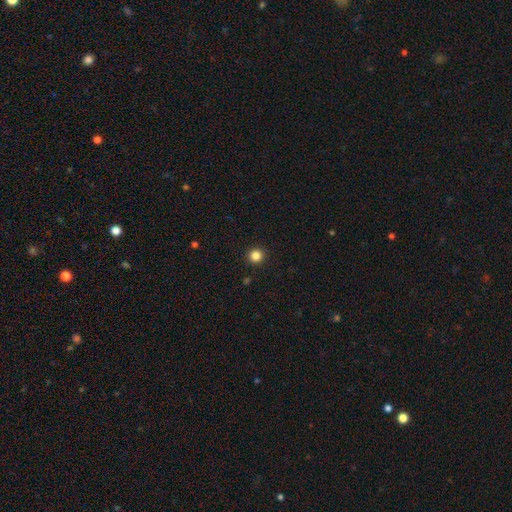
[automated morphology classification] A smooth galaxy with no disk features (84%) that is round (95%).

Vote fractions:
- Smooth or featured? smooth: 84% / star or artifact: 12% / featured or disk: 4%
- How rounded? round: 95% / in between: 4% / cigar-shaped: 1%
- Merging? none: 93% / minor disturbance: 4% / major disturbance: 2% / merger: 1%